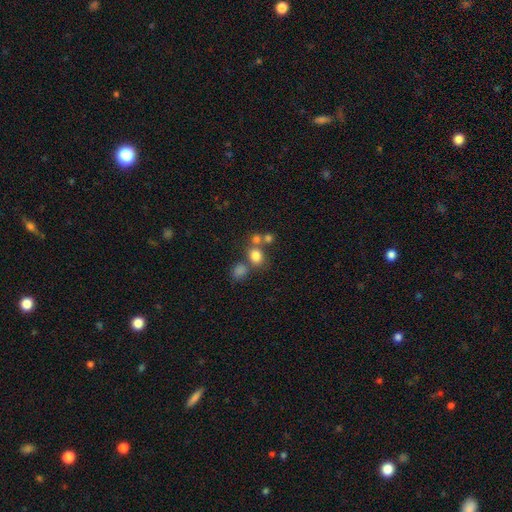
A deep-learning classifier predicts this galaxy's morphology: This appears to be a smooth galaxy with no disk features (76%) that is round (71%). Merging: none (54%).